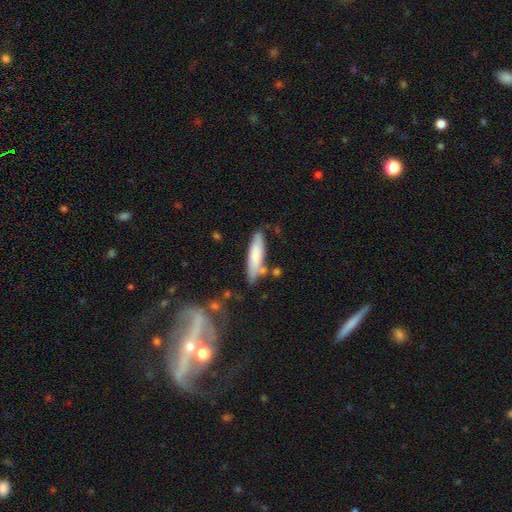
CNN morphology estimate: smooth_or_featured: smooth (p=0.74) [alt: featured or disk p=0.20]
how_rounded: cigar-shaped (p=0.66) [alt: in between p=0.33]
merging: none (p=0.70) [alt: minor disturbance p=0.18]